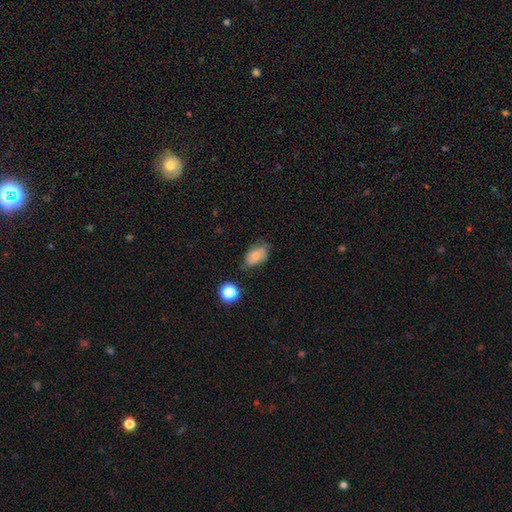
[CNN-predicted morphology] Q: Smooth or featured?
A: smooth (74%); runner-up: featured or disk (16%)
Q: How rounded?
A: in between (87%); runner-up: round (11%)
Q: Merging?
A: none (62%); runner-up: minor disturbance (28%)